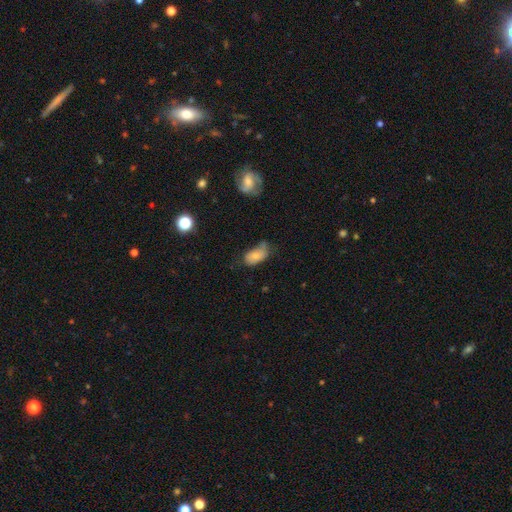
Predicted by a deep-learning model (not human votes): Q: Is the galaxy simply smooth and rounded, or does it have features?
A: smooth — 74%.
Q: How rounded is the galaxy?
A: in between — 92%.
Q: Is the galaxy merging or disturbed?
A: none — 42%.